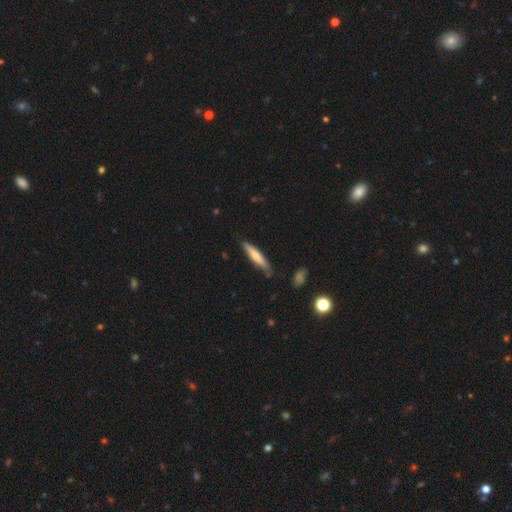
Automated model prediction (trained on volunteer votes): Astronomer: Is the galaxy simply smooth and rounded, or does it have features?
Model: smooth — 66%.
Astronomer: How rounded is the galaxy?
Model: cigar-shaped — 87%.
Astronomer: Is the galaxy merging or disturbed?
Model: none — 80%.